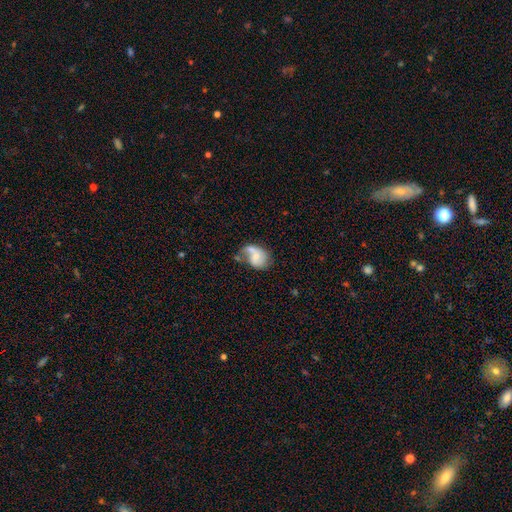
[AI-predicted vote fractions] A featured or disk galaxy (48%).

Vote fractions:
- Smooth or featured? featured or disk: 48% / smooth: 44% / star or artifact: 8%
- Merging? none: 29% / minor disturbance: 25% / merger: 23% / major disturbance: 23%